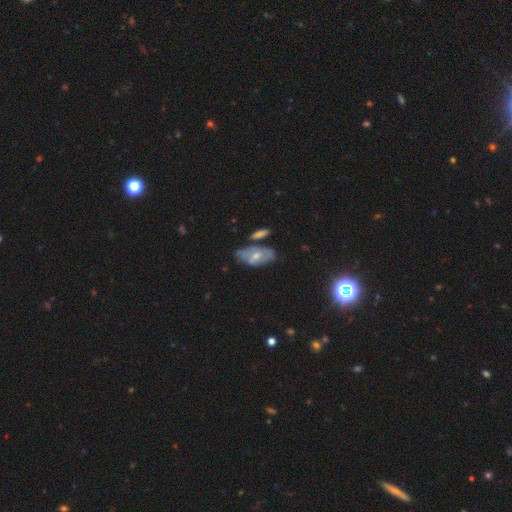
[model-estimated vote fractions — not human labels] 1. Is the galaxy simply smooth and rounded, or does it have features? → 46% featured or disk (tied), 46% smooth (tied), 8% star or artifact.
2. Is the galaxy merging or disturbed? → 52% none, 25% minor disturbance, 15% merger, 9% major disturbance.